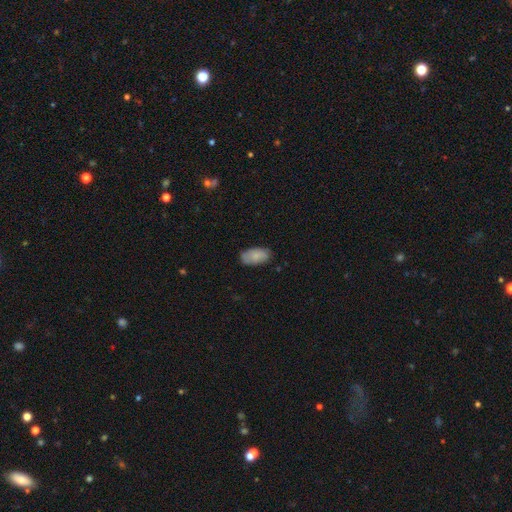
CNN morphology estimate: Smooth or featured? smooth (82%)
How rounded? in between (94%)
Merging? none (77%)